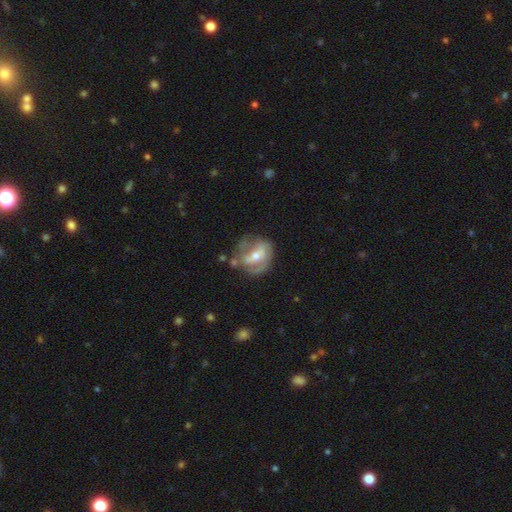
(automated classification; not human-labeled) Smooth or featured?
  - featured or disk: 68% *
  - smooth: 24%
  - star or artifact: 7%
Edge-on disk?
  - no: 94% *
  - yes: 6%
Bar?
  - strong: 37% *
  - weak: 35%
  - no: 28%
Spiral arms?
  - yes: 55% *
  - no: 45%
Bulge size?
  - moderate: 60% *
  - small: 35%
  - large: 3%
  - none: 1%
  - dominant: 1%
Merging?
  - none: 51% *
  - minor disturbance: 25%
  - major disturbance: 17%
  - merger: 8%